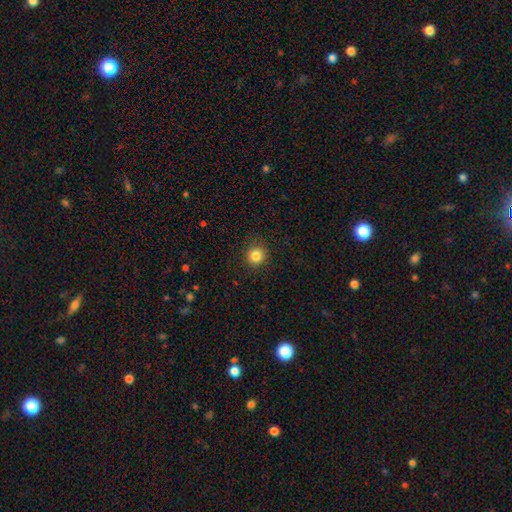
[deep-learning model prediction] Smooth or featured: smooth — 84% (star or artifact — 11%)
How rounded: round — 91% (in between — 8%)
Merging: none — 89% (minor disturbance — 7%)